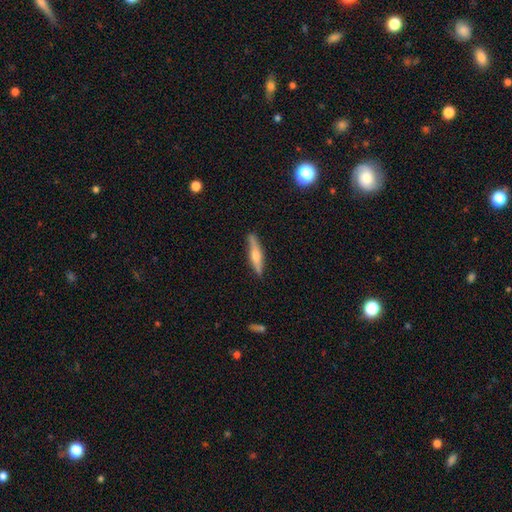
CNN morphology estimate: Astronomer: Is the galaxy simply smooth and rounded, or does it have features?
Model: featured or disk — 59% (runner-up: smooth, 35%).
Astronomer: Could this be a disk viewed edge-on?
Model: yes — 94%.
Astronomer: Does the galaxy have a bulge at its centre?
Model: rounded — 89%.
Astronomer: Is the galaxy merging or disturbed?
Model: none — 87%.